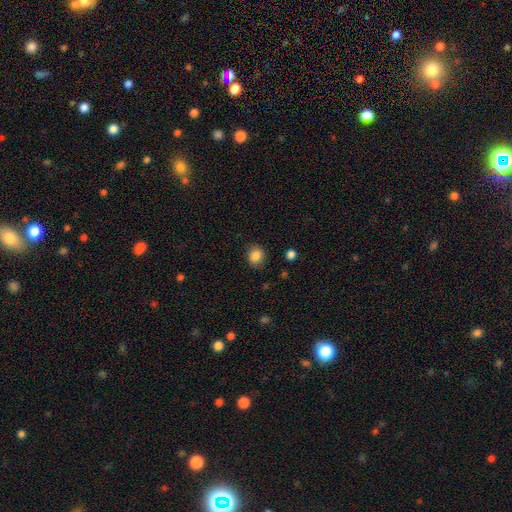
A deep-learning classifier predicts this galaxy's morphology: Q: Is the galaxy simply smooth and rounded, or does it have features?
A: smooth — 86%.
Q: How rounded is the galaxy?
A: round — 68%.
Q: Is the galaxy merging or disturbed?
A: none — 84%.